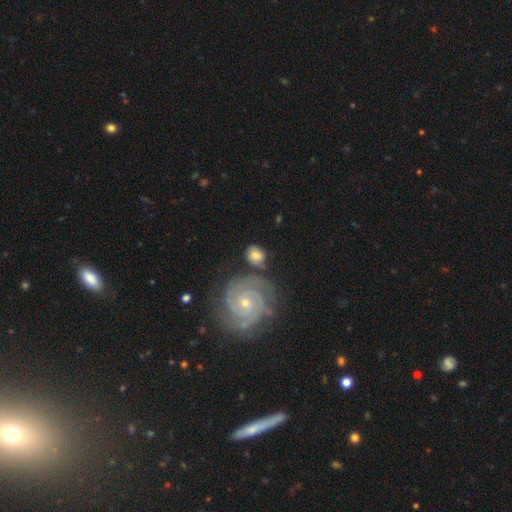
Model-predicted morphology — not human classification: Smooth or featured: smooth — 57% (featured or disk — 36%)
How rounded: round — 60% (in between — 39%)
Merging: none — 66% (minor disturbance — 16%)